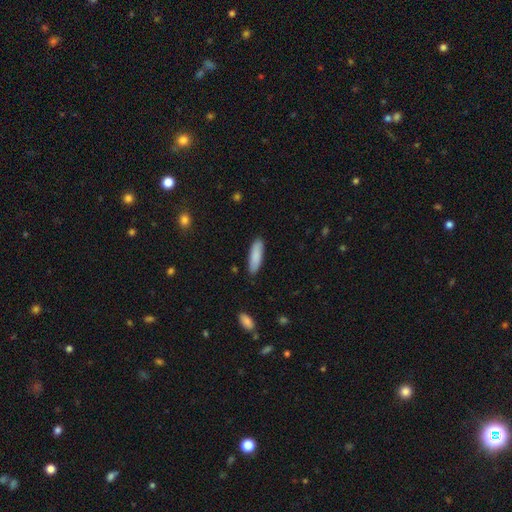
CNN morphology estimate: Q: Smooth or featured?
A: smooth (86%); runner-up: featured or disk (9%)
Q: How rounded?
A: cigar-shaped (58%); runner-up: in between (41%)
Q: Merging?
A: none (86%); runner-up: minor disturbance (11%)